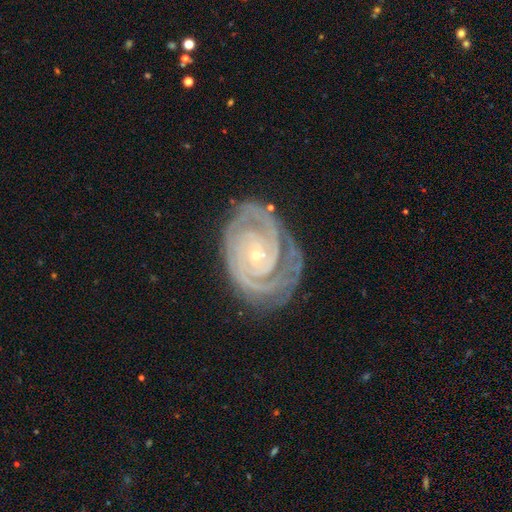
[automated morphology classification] type=featured or disk (91%); edge-on=no (97%); bar=no (75%); spiral arms=yes (98%); winding=tight (81%); arm count=2 (36%); bulge=small (84%); merging=none (72%).